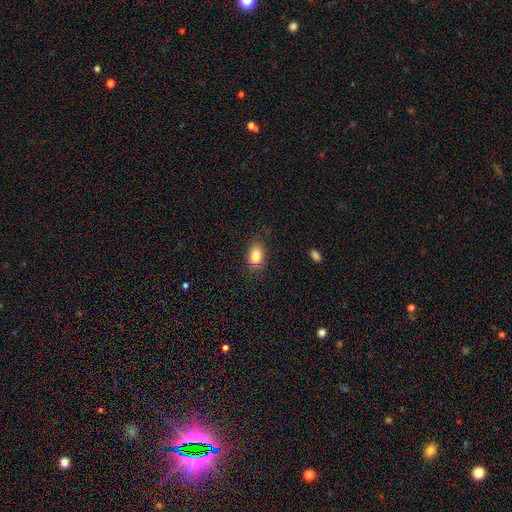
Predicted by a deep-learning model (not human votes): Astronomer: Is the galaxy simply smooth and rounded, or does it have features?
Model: smooth — 84%.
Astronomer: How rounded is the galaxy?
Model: in between — 84%.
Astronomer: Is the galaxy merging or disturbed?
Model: none — 79%.